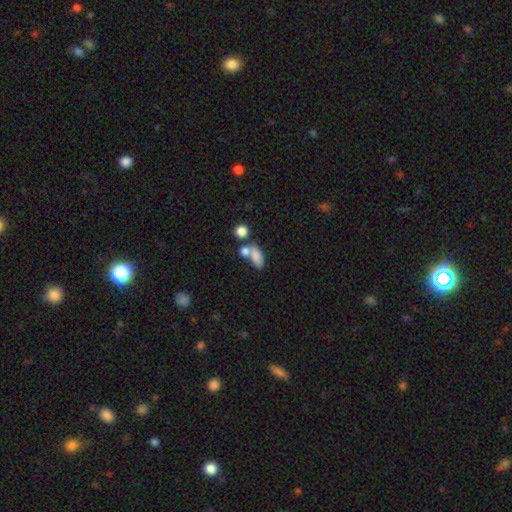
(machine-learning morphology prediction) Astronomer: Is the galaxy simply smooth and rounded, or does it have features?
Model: smooth — 80%.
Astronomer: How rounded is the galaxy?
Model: in between — 81%.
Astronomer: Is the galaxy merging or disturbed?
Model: merger — 41% (runner-up: none, 39%).